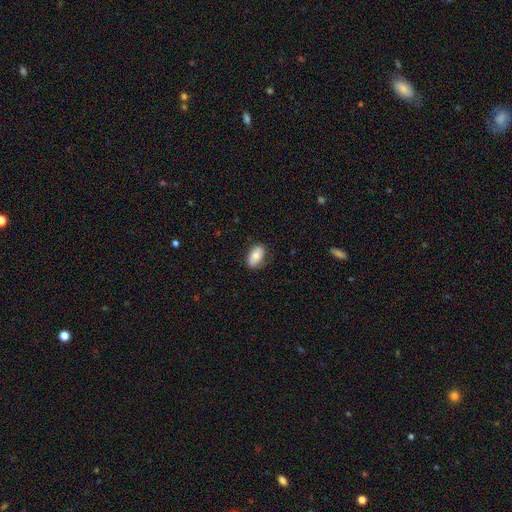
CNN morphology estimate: A smooth galaxy with no disk features (76%) that is in between round and cigar-shaped (92%).

Vote fractions:
- Smooth or featured? smooth: 76% / featured or disk: 17% / star or artifact: 7%
- How rounded? in between: 92% / round: 6% / cigar-shaped: 2%
- Merging? none: 76% / minor disturbance: 18% / major disturbance: 4% / merger: 1%